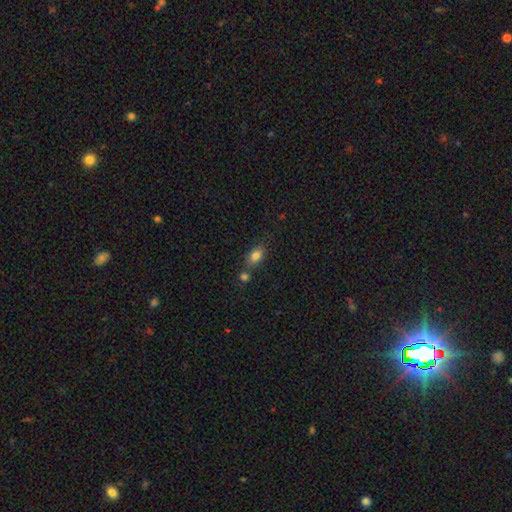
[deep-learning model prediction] Smooth or featured?
  - smooth: 81% *
  - star or artifact: 10%
  - featured or disk: 9%
How rounded?
  - in between: 81% *
  - round: 15%
  - cigar-shaped: 4%
Merging?
  - none: 58% *
  - merger: 25%
  - minor disturbance: 13%
  - major disturbance: 4%